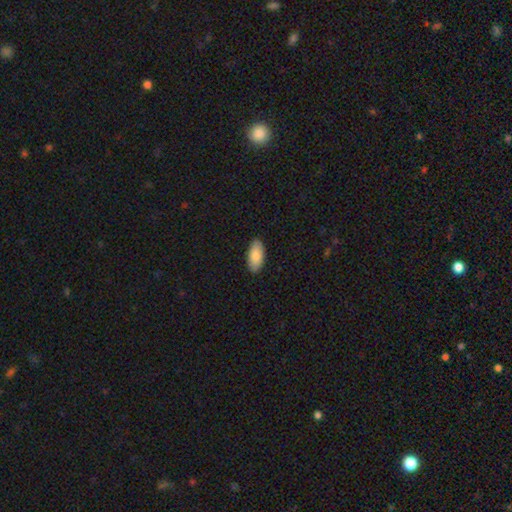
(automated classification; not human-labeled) Smooth or featured? smooth (88%)
How rounded? in between (93%)
Merging? none (89%)